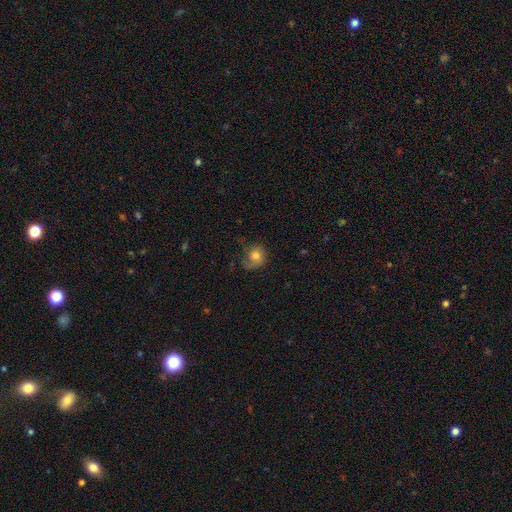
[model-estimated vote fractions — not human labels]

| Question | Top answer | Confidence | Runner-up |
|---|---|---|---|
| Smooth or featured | smooth | 67% | featured or disk (23%) |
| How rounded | round | 72% | in between (27%) |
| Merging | none | 52% | minor disturbance (27%) |